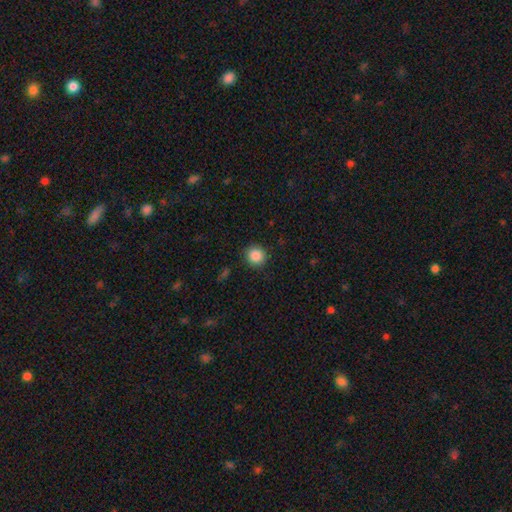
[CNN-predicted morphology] A smooth galaxy with no disk features (87%) that is round (91%).

Vote fractions:
- Smooth or featured? smooth: 87% / star or artifact: 10% / featured or disk: 3%
- How rounded? round: 91% / in between: 8% / cigar-shaped: 1%
- Merging? none: 89% / minor disturbance: 7% / major disturbance: 2% / merger: 1%